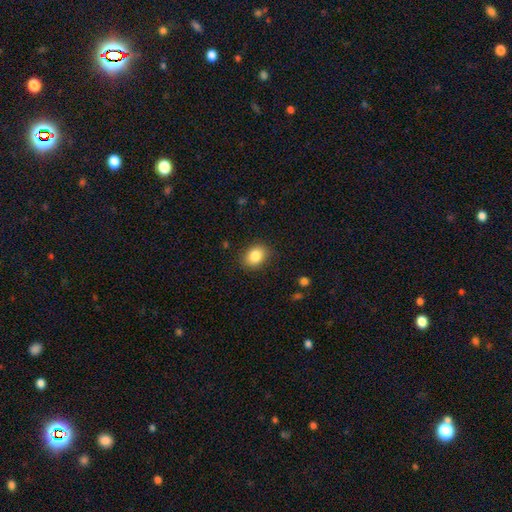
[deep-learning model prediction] smooth_or_featured: smooth (p=0.85) [alt: star or artifact p=0.09]
how_rounded: in between (p=0.54) [alt: round p=0.45]
merging: none (p=0.86) [alt: minor disturbance p=0.10]